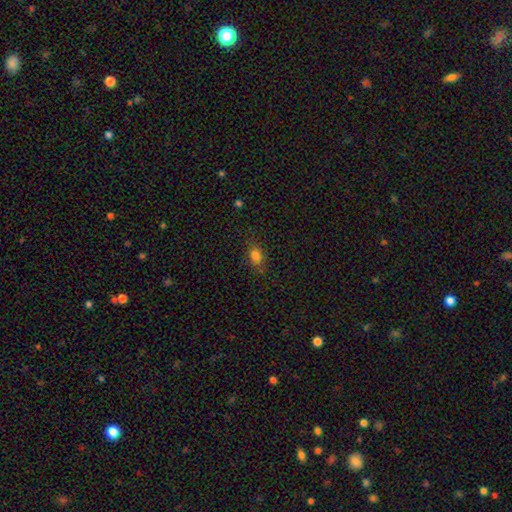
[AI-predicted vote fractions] Morphology: type=smooth (79%); roundness=in between (65%); merging=none (78%).